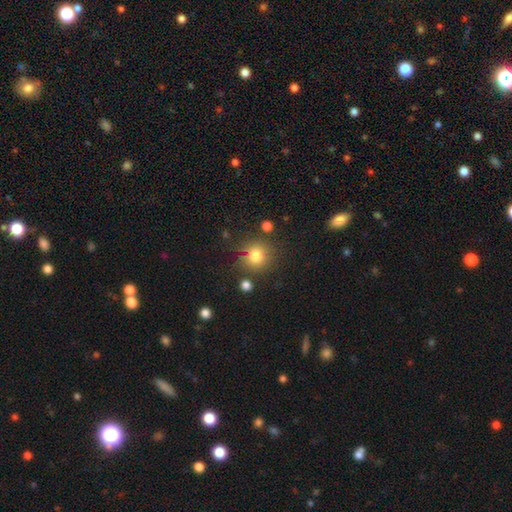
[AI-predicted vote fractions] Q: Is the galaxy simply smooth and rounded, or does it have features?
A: smooth — 80%.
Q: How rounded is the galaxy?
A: round — 88%.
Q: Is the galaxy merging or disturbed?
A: none — 79%.